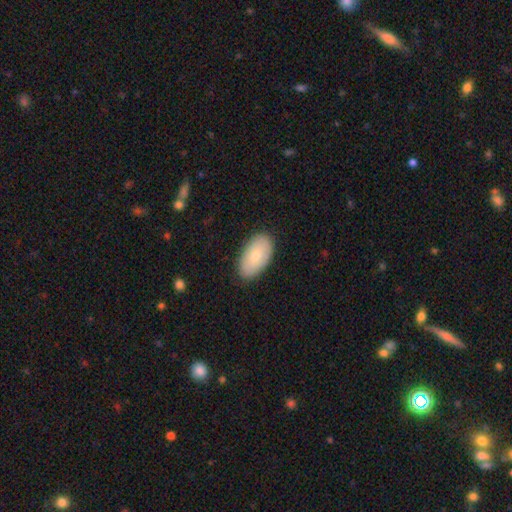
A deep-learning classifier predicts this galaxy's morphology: type=smooth (75%); roundness=in between (95%); merging=none (85%).